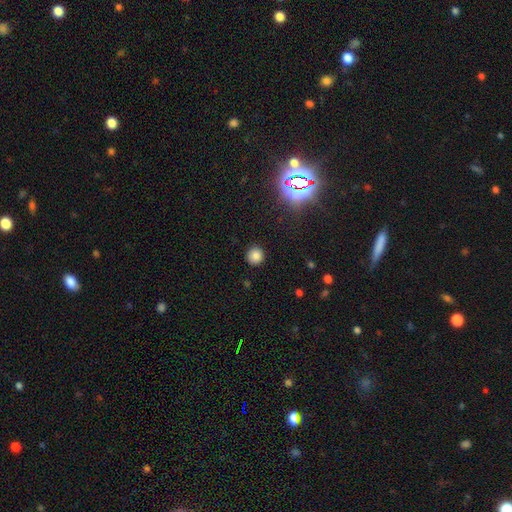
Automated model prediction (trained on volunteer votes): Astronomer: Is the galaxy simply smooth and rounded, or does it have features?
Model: smooth — 82%.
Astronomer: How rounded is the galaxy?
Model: round — 91%.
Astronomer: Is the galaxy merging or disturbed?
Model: none — 90%.